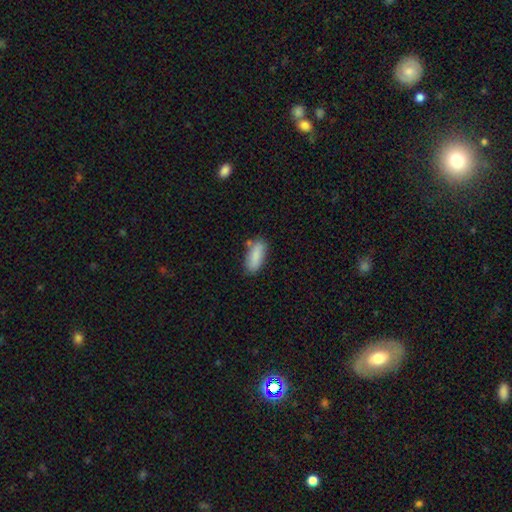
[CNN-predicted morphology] Smooth or featured? smooth (85%)
How rounded? in between (73%)
Merging? none (73%)